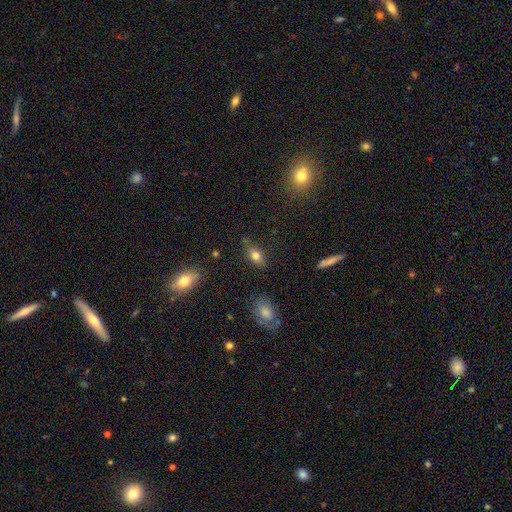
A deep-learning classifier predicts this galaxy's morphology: Smooth or featured? smooth (74%)
How rounded? in between (76%)
Merging? none (72%)